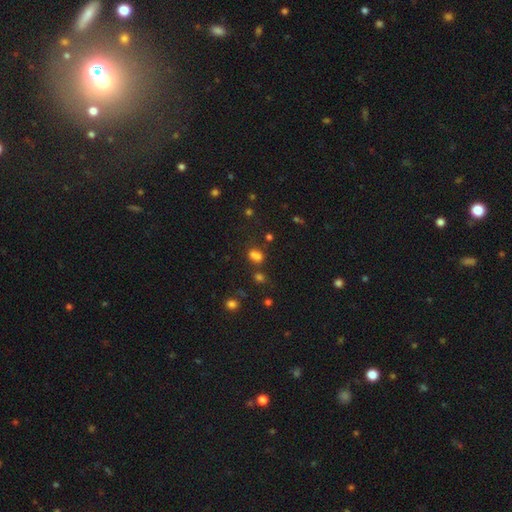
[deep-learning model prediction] Q: Smooth or featured?
A: smooth (67%); runner-up: star or artifact (25%)
Q: How rounded?
A: in between (58%); runner-up: round (39%)
Q: Merging?
A: none (51%); runner-up: merger (26%)